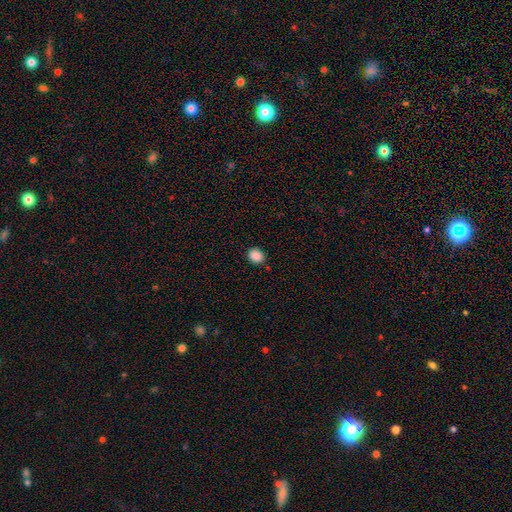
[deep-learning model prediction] Smooth or featured?
  - smooth: 88% *
  - star or artifact: 9%
  - featured or disk: 3%
How rounded?
  - round: 55% *
  - in between: 44%
  - cigar-shaped: 1%
Merging?
  - none: 88% *
  - minor disturbance: 8%
  - major disturbance: 2%
  - merger: 1%